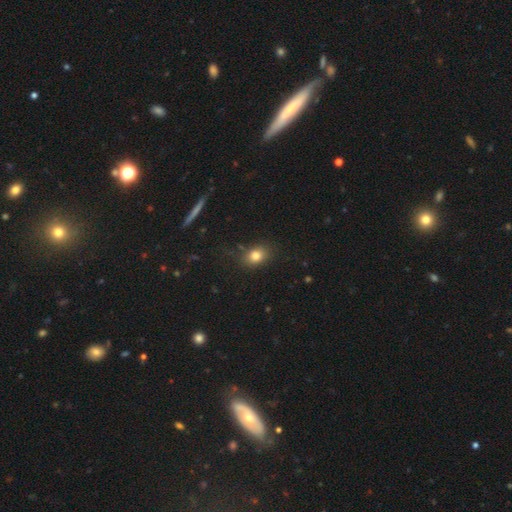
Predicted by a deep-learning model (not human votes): A smooth galaxy with no disk features (81%) that is in between round and cigar-shaped (62%). Merging: none (79%).